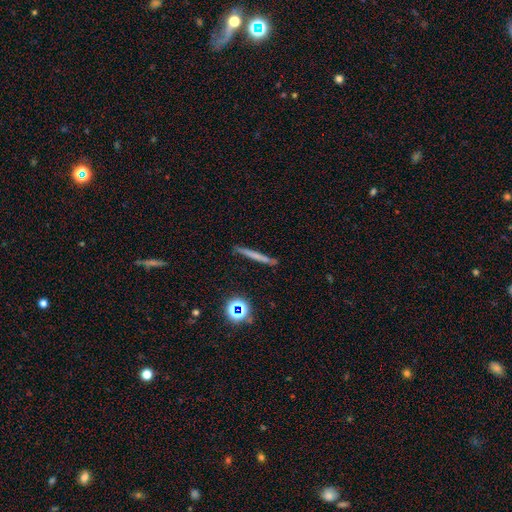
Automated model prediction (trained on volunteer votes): Smooth or featured? smooth (53%)
How rounded? cigar-shaped (93%)
Merging? none (85%)